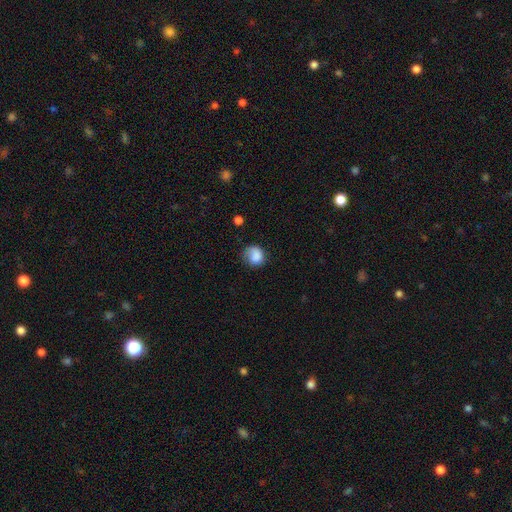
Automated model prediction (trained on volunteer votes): Smooth or featured? smooth (82%)
How rounded? round (75%)
Merging? none (56%)